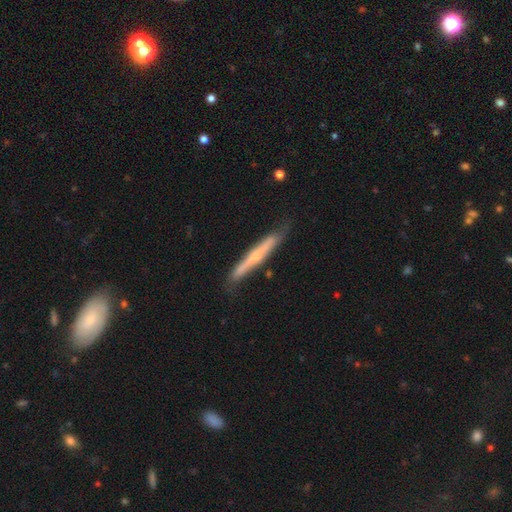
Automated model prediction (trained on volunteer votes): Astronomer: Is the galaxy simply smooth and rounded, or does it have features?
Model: featured or disk — 53% (runner-up: smooth, 41%).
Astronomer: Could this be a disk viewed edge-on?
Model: yes — 92%.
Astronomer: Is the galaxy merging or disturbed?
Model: none — 74%.